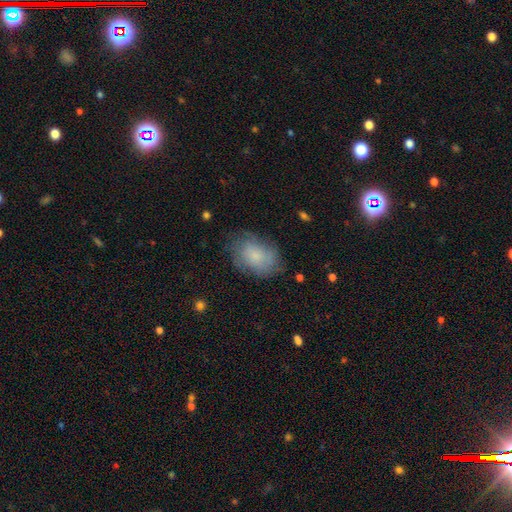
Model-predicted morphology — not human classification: Overall: smooth (63%; featured or disk 28%). How rounded: in between (81%). Merging: none (67%).